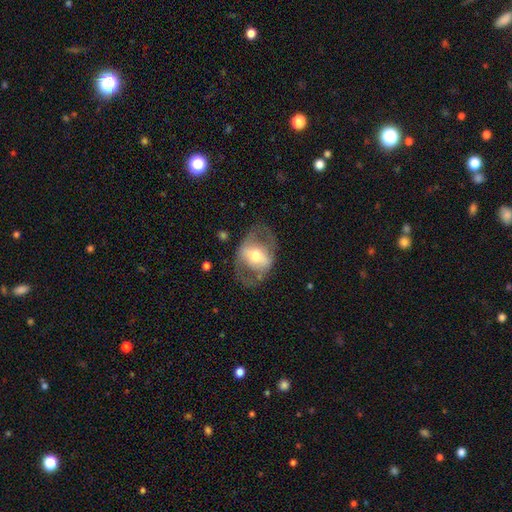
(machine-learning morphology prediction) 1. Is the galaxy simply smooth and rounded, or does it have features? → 62% featured or disk, 32% smooth, 6% star or artifact.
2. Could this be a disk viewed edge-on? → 91% no, 9% yes.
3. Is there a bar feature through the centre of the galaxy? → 37% strong, 33% no, 30% weak.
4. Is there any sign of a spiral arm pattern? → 65% no, 35% yes.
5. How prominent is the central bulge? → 63% moderate, 19% small, 15% large, 2% dominant, 1% none.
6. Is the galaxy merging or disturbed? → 62% none, 18% major disturbance, 18% minor disturbance, 2% merger.